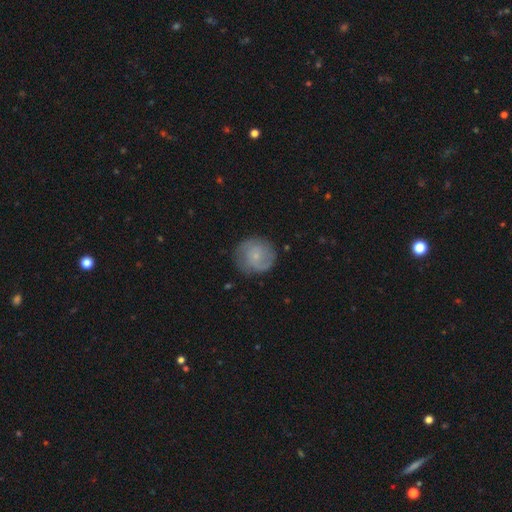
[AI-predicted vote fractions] This is possibly a smooth galaxy (48%). Merging: likely none (75%).